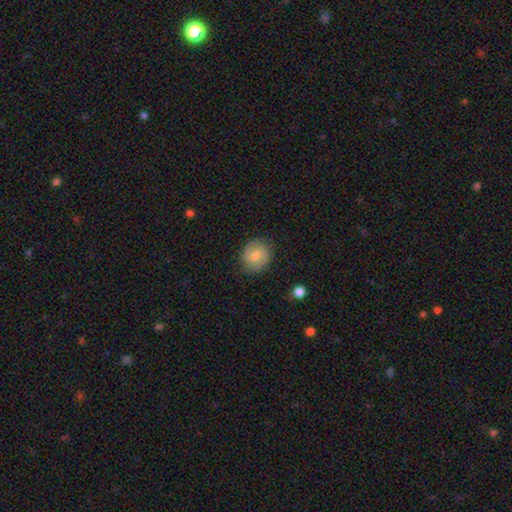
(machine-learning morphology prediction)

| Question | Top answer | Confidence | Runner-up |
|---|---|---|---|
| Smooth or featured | smooth | 59% | featured or disk (34%) |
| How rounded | round | 71% | in between (28%) |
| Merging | none | 82% | minor disturbance (14%) |